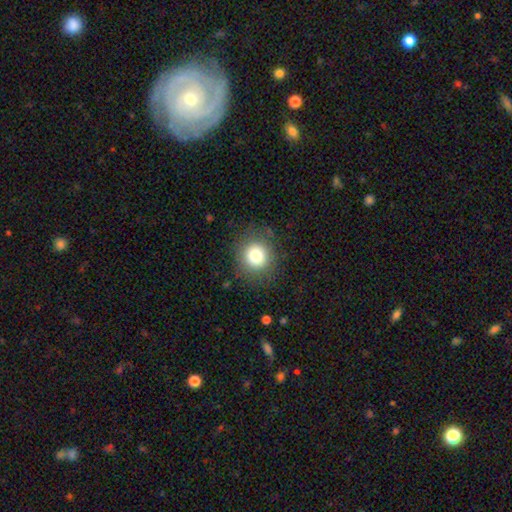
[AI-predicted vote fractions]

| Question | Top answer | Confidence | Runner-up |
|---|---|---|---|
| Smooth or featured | smooth | 78% | star or artifact (12%) |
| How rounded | round | 90% | in between (9%) |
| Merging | none | 84% | minor disturbance (10%) |